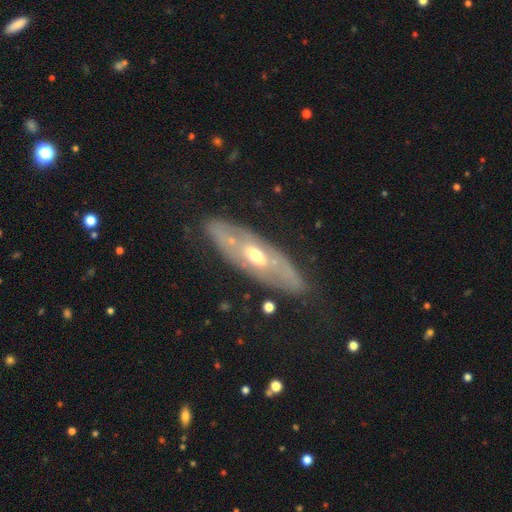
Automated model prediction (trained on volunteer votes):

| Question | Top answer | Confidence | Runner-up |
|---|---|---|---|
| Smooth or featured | featured or disk | 63% | smooth (31%) |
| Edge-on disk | no | 70% | yes (30%) |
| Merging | none | 76% | minor disturbance (16%) |